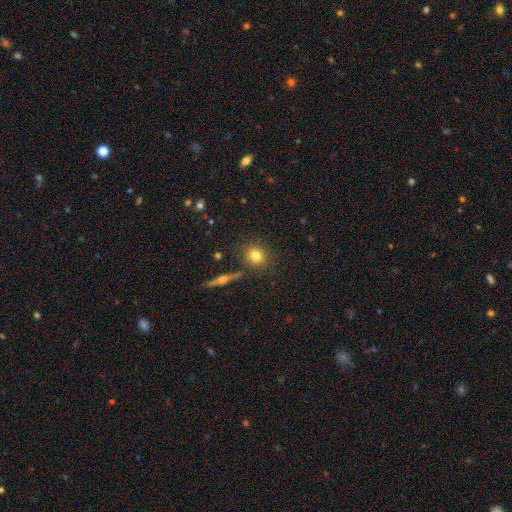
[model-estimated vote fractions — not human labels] Overall: smooth (77%). How rounded: round (81%). Merging: none (82%).